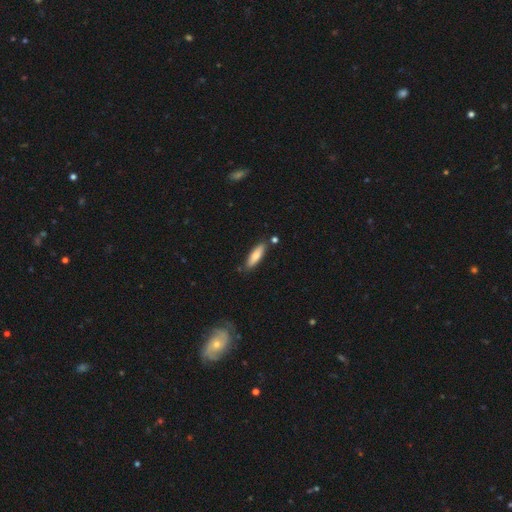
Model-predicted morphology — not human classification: A smooth galaxy with no disk features (74%) that is cigar-shaped (59%). Merging: none (82%).